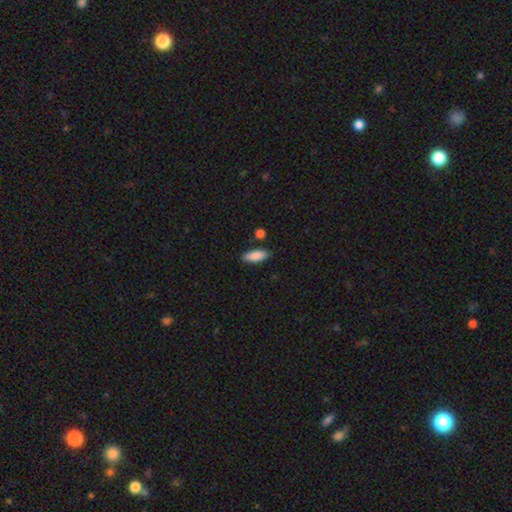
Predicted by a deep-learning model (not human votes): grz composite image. It shows a smooth galaxy with no disk features (87%) that is in between round and cigar-shaped (73%). Merging: none (82%).